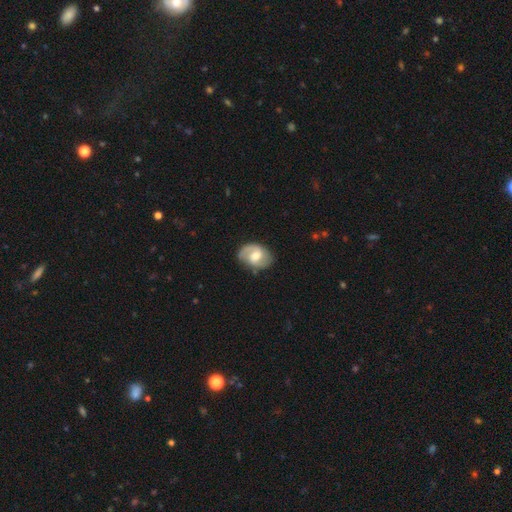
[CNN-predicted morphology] Smooth or featured?
  - featured or disk: 71% *
  - smooth: 23%
  - star or artifact: 6%
Edge-on disk?
  - no: 97% *
  - yes: 3%
Bar?
  - weak: 53% *
  - no: 35%
  - strong: 12%
Spiral arms?
  - yes: 90% *
  - no: 10%
Spiral winding?
  - medium: 48% *
  - tight: 30%
  - loose: 23%
Spiral arm count?
  - 2: 81% *
  - can't tell: 8%
  - 1: 8%
  - 3: 1%
  - 4: 1%
  - more than 4: 1%
Bulge size?
  - moderate: 67% *
  - small: 21%
  - large: 10%
  - none: 2%
  - dominant: 1%
Merging?
  - none: 77% *
  - minor disturbance: 17%
  - major disturbance: 5%
  - merger: 1%